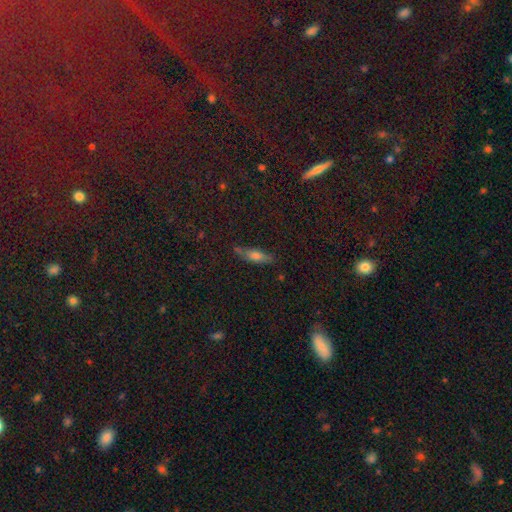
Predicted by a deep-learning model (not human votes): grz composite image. It shows a smooth galaxy with no disk features (59%) that is cigar-shaped (48%, tied with in between). Merging: none (74%).